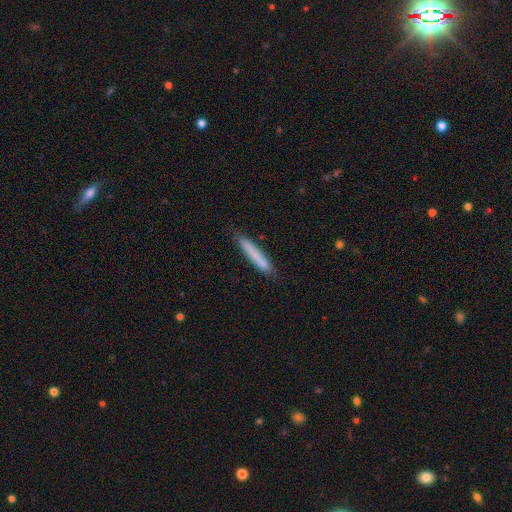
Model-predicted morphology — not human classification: This appears to be a smooth galaxy with no disk features (77%) that is cigar-shaped (95%). Merging: none (83%).